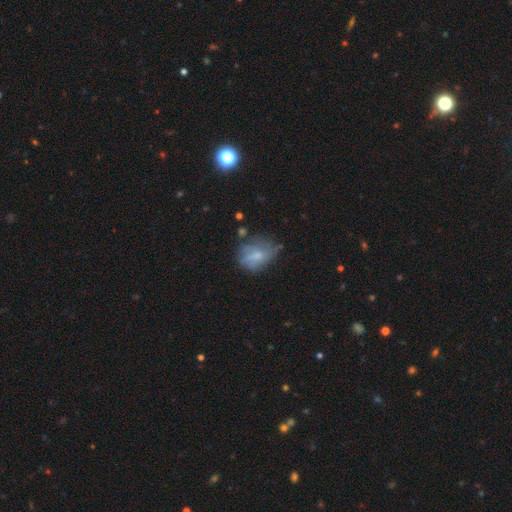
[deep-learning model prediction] Smooth or featured? smooth (54%)
How rounded? in between (59%)
Merging? none (44%)